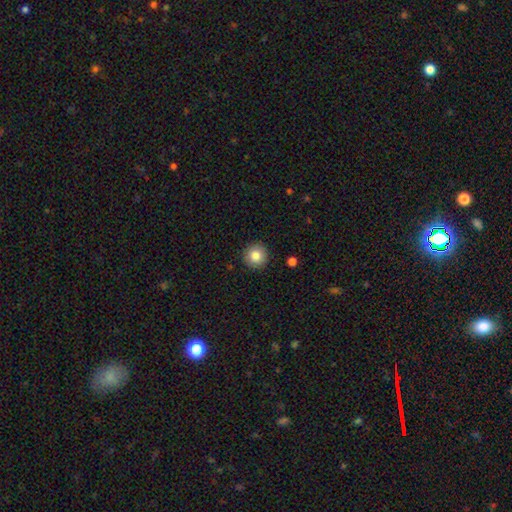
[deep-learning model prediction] A smooth galaxy with no disk features (84%) that is round (95%).

Vote fractions:
- Smooth or featured? smooth: 84% / star or artifact: 9% / featured or disk: 7%
- How rounded? round: 95% / in between: 4% / cigar-shaped: 1%
- Merging? none: 92% / minor disturbance: 5% / major disturbance: 2% / merger: 1%